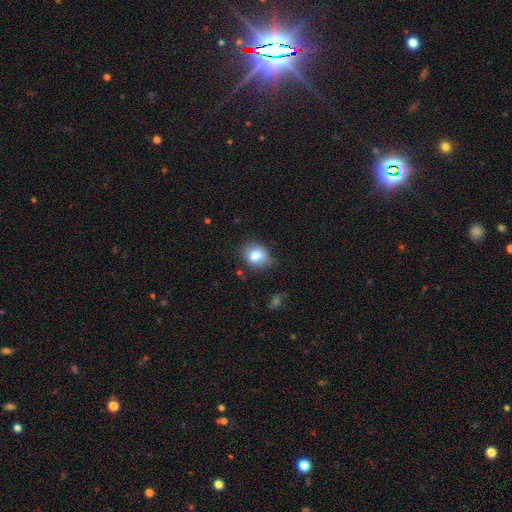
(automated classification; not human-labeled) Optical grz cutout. It shows a smooth galaxy with no disk features (81%) that is round (61%). Merging: none (76%).